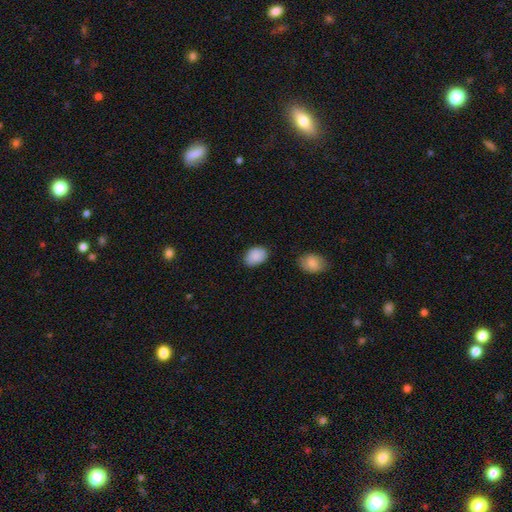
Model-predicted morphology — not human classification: Smooth or featured?
  - smooth: 89% *
  - star or artifact: 7%
  - featured or disk: 4%
How rounded?
  - in between: 82% *
  - round: 17%
  - cigar-shaped: 1%
Merging?
  - none: 81% *
  - minor disturbance: 14%
  - major disturbance: 3%
  - merger: 2%